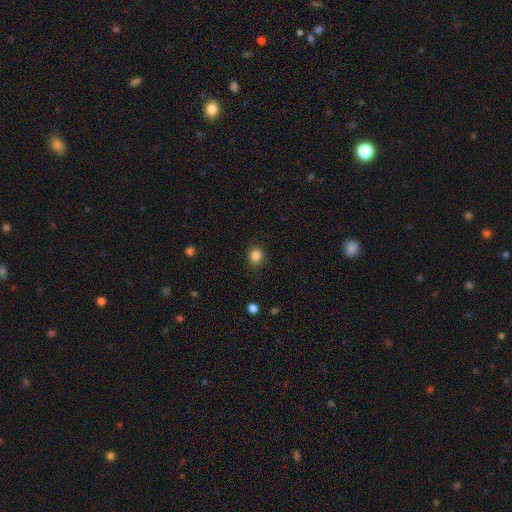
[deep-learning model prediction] The model was most divided on "smooth or featured": smooth: 84%, star or artifact: 12%, featured or disk: 4%. More confident: merging — none (88%); how rounded — round (86%).